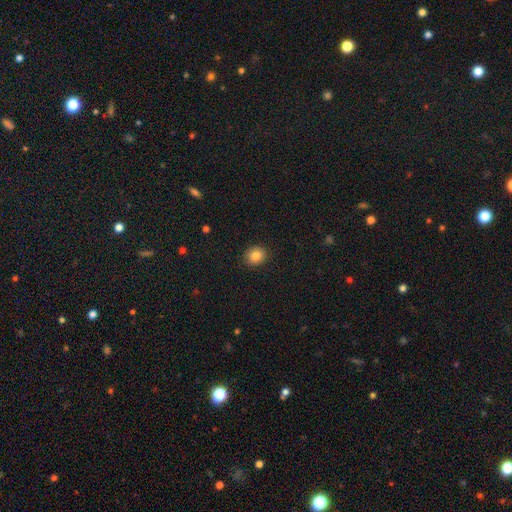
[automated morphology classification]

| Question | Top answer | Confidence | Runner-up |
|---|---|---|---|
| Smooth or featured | smooth | 84% | star or artifact (10%) |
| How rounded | round | 74% | in between (25%) |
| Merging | none | 90% | minor disturbance (7%) |